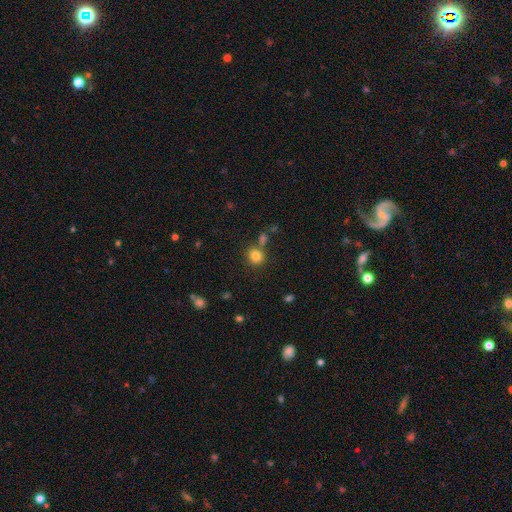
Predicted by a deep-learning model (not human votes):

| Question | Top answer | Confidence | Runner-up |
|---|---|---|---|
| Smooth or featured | smooth | 81% | star or artifact (12%) |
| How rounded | round | 81% | in between (18%) |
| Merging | none | 72% | merger (14%) |